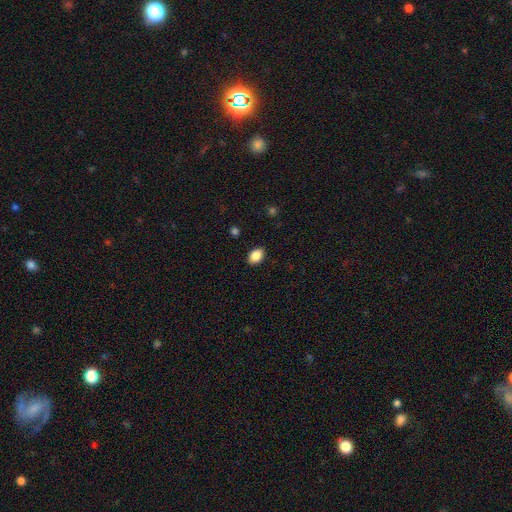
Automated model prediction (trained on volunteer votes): The model was most divided on "how rounded": in between: 84%, round: 15%, cigar-shaped: 1%. More confident: merging — none (89%); smooth or featured — smooth (87%).